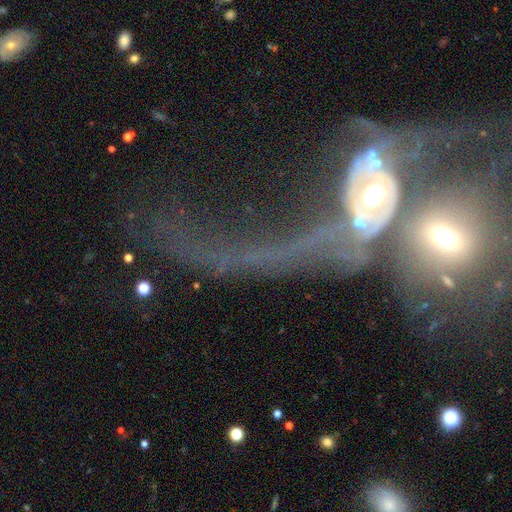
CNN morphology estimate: Smooth or featured? featured or disk (63%)
Edge-on disk? no (89%)
Bar? no (66%)
Spiral arms? yes (53%)
Bulge size? moderate (50%)
Merging? merger (66%)